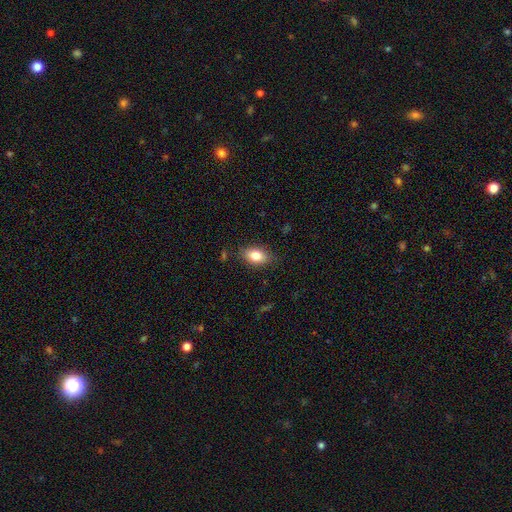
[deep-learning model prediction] Smooth or featured? Predicted: smooth (p=0.80). How rounded? Predicted: in between (p=0.87). Merging? Predicted: none (p=0.83).